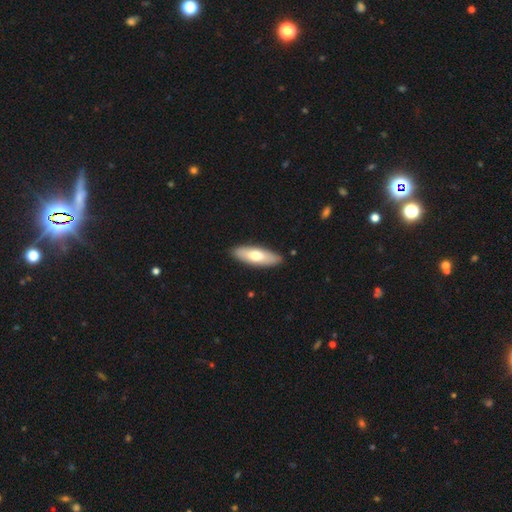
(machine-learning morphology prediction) A smooth galaxy with no disk features (65%) that is in between round and cigar-shaped (56%).

Vote fractions:
- Smooth or featured? smooth: 65% / featured or disk: 30% / star or artifact: 5%
- How rounded? in between: 56% / cigar-shaped: 43% / round: 2%
- Merging? none: 88% / minor disturbance: 9% / major disturbance: 2% / merger: 1%